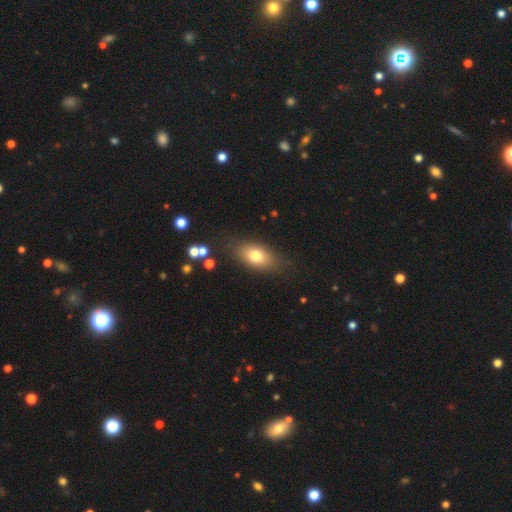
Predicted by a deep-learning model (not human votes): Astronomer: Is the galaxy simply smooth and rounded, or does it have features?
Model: smooth — 75%.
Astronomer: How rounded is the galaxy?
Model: in between — 82%.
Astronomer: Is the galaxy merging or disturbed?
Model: none — 79%.